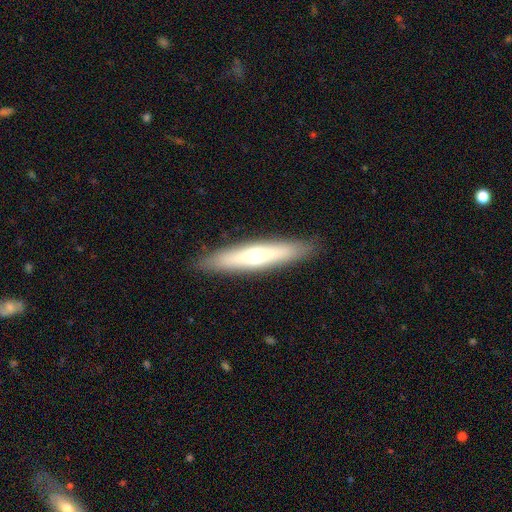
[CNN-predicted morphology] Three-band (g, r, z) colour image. It shows a smooth galaxy with no disk features (50%). Merging: none (89%).